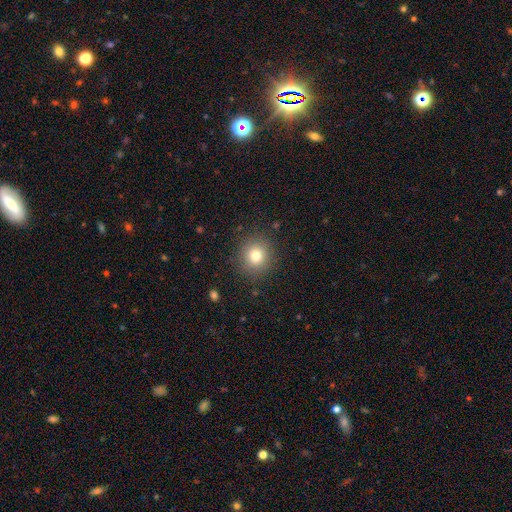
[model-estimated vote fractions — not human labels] Smooth or featured?
  - smooth: 78% *
  - star or artifact: 13%
  - featured or disk: 9%
How rounded?
  - round: 90% *
  - in between: 9%
  - cigar-shaped: 1%
Merging?
  - none: 88% *
  - minor disturbance: 8%
  - major disturbance: 3%
  - merger: 1%